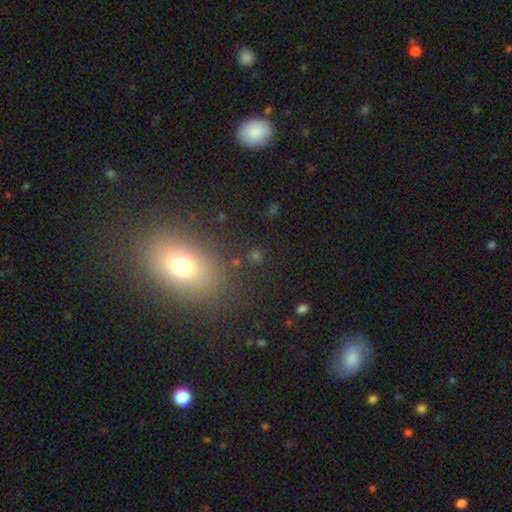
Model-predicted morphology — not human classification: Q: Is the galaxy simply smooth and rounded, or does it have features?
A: smooth — 60%.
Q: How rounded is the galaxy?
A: round — 62%.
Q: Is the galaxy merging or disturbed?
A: none — 82%.